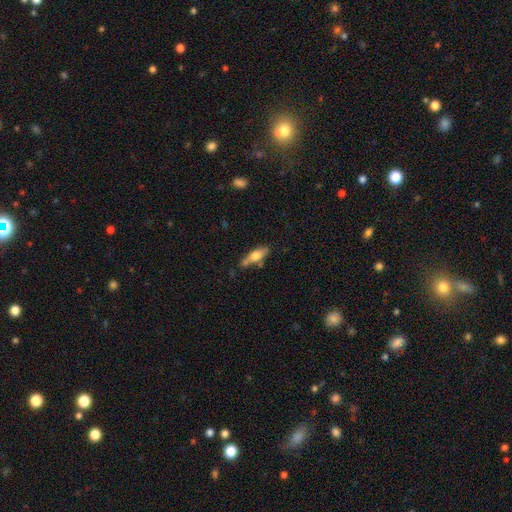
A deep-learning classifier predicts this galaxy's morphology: This is possibly a smooth galaxy (54%). How rounded: possibly cigar-shaped (52%). Merging: likely none (64%).